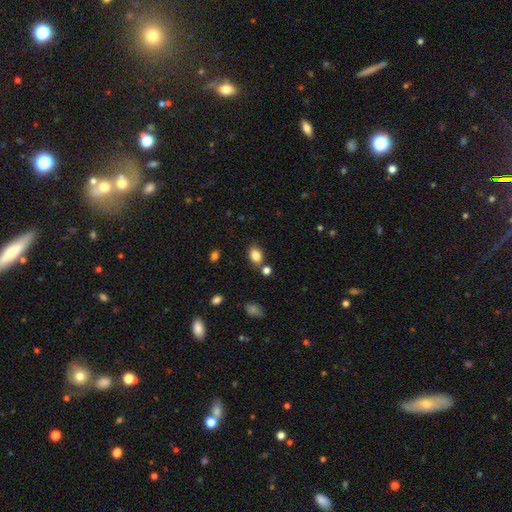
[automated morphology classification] Smooth or featured?
  - smooth: 84% *
  - star or artifact: 10%
  - featured or disk: 6%
How rounded?
  - in between: 76% *
  - round: 23%
  - cigar-shaped: 1%
Merging?
  - none: 74% *
  - minor disturbance: 12%
  - merger: 10%
  - major disturbance: 4%